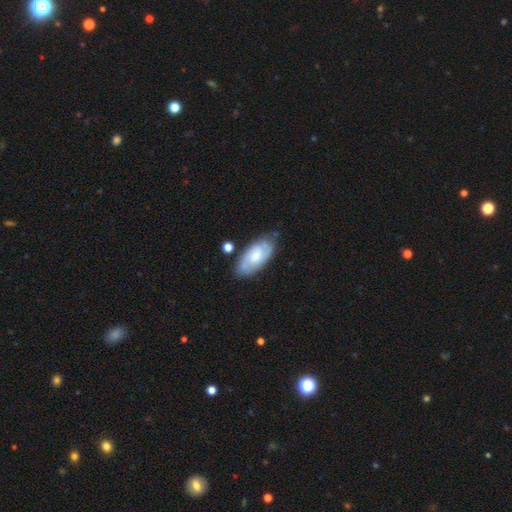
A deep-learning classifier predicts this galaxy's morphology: Smooth or featured? Predicted: featured or disk (p=0.54). Edge-on disk? Predicted: no (p=0.91). Merging? Predicted: none (p=0.69).